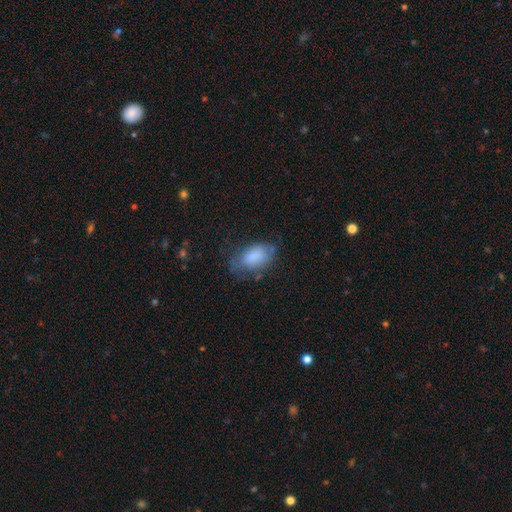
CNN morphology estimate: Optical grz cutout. It shows a smooth galaxy with no disk features (82%) that is in between round and cigar-shaped (91%). Merging: none (55%).